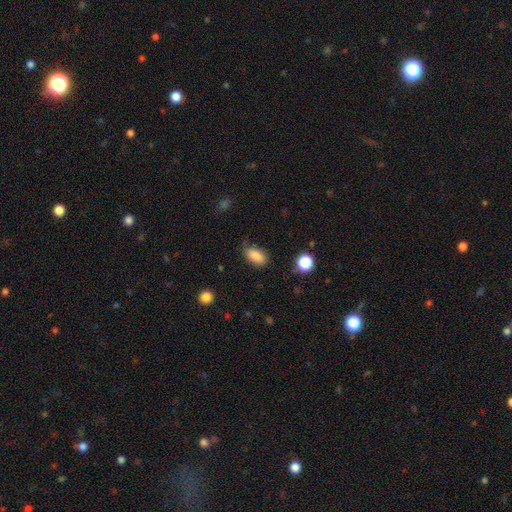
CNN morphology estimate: Q: Smooth or featured?
A: smooth (87%); runner-up: star or artifact (8%)
Q: How rounded?
A: in between (91%); runner-up: round (6%)
Q: Merging?
A: none (73%); runner-up: minor disturbance (21%)